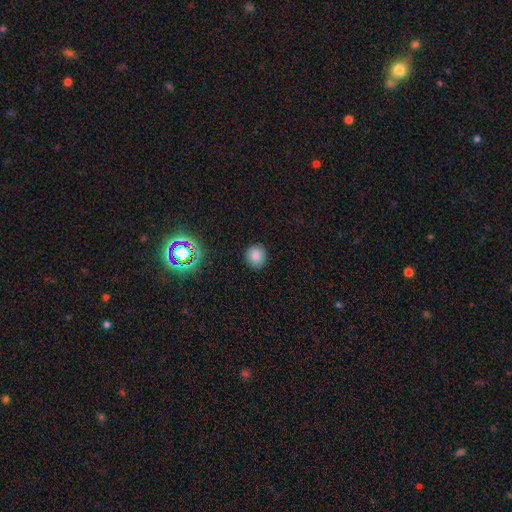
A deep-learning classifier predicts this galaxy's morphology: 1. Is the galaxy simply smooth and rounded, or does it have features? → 82% smooth, 13% star or artifact, 5% featured or disk.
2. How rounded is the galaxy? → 88% round, 11% in between, 1% cigar-shaped.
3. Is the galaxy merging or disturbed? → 89% none, 7% minor disturbance, 2% major disturbance, 1% merger.